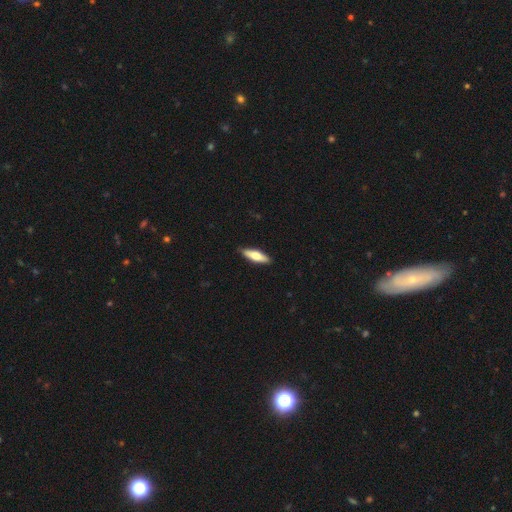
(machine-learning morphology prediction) A smooth galaxy with no disk features (61%) that is cigar-shaped (56%).

Vote fractions:
- Smooth or featured? smooth: 61% / featured or disk: 33% / star or artifact: 5%
- How rounded? cigar-shaped: 56% / in between: 42% / round: 2%
- Merging? none: 89% / minor disturbance: 8% / major disturbance: 2% / merger: 1%